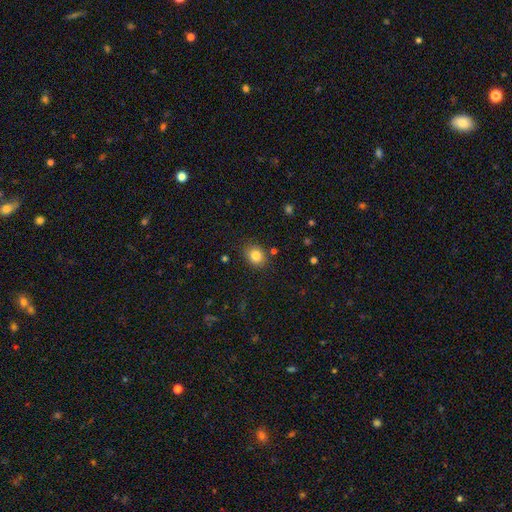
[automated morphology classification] The model was most divided on "how rounded": round: 61%, in between: 38%, cigar-shaped: 1%. More confident: merging — none (84%); smooth or featured — smooth (83%).